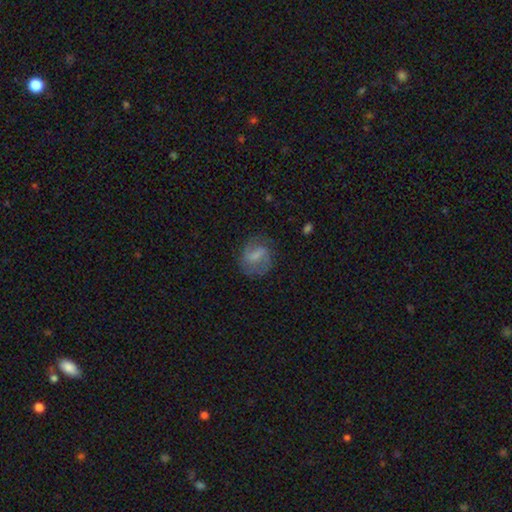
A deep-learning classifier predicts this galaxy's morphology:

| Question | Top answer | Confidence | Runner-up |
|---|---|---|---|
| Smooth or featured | featured or disk | 53% | smooth (38%) |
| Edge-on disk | no | 97% | yes (3%) |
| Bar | weak | 50% | strong (27%) |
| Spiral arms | yes | 79% | no (21%) |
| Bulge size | none | 41% | small (27%) |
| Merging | none | 66% | minor disturbance (20%) |